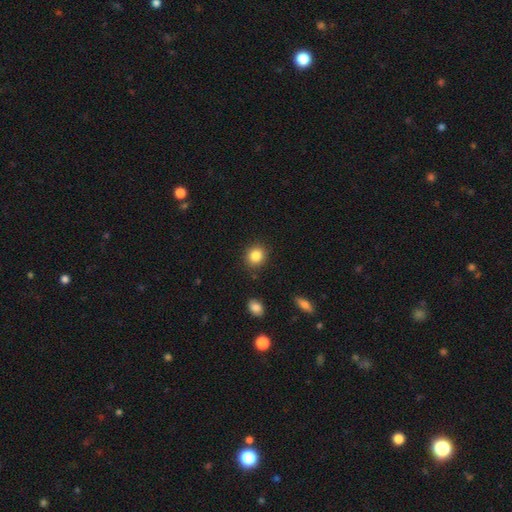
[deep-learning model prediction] Smooth or featured: smooth — 85% (star or artifact — 9%)
How rounded: round — 78% (in between — 21%)
Merging: none — 88% (minor disturbance — 8%)